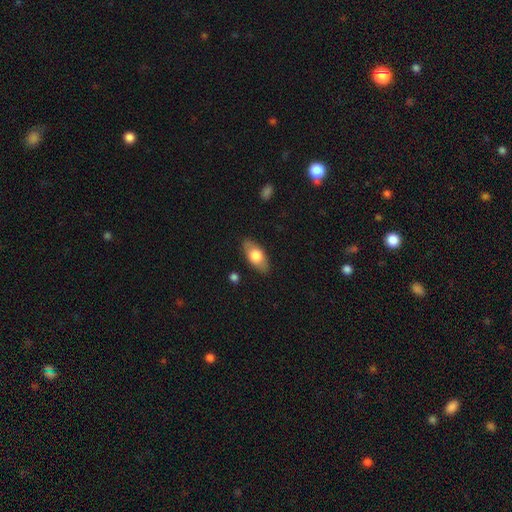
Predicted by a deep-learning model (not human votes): Smooth or featured: smooth — 69% (featured or disk — 25%)
How rounded: in between — 88% (cigar-shaped — 8%)
Merging: none — 85% (minor disturbance — 12%)